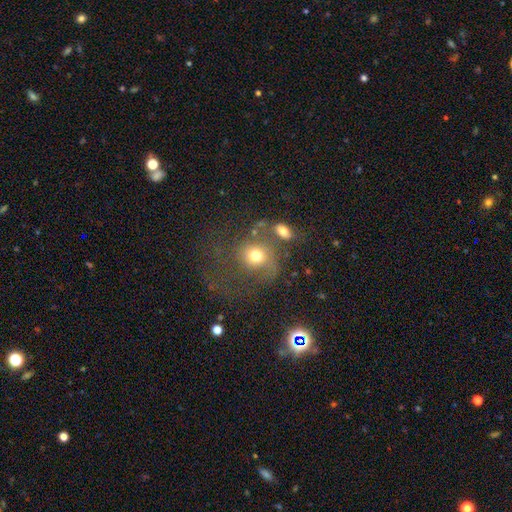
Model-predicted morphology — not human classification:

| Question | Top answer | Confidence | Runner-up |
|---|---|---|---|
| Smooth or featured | smooth | 64% | featured or disk (21%) |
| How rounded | round | 72% | in between (27%) |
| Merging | none | 39% | major disturbance (28%) |